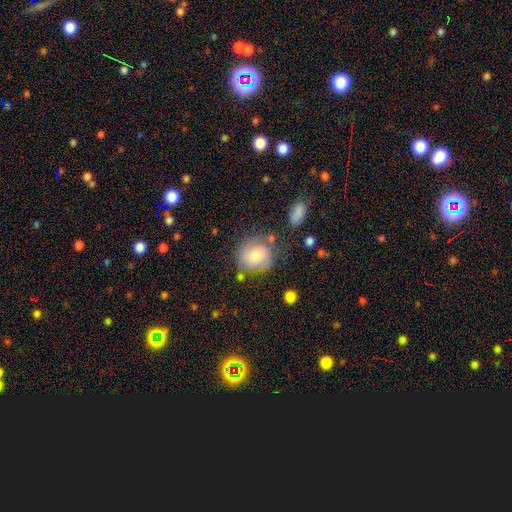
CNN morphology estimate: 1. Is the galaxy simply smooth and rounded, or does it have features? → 64% smooth, 28% featured or disk, 8% star or artifact.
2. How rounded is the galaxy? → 72% round, 27% in between, 1% cigar-shaped.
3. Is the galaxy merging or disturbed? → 57% none, 24% minor disturbance, 11% major disturbance, 8% merger.